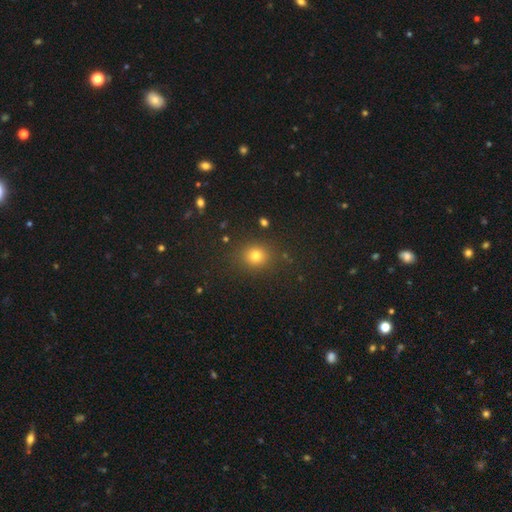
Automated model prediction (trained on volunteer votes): Smooth or featured? Predicted: smooth (p=0.76). How rounded? Predicted: round (p=0.82). Merging? Predicted: none (p=0.87).